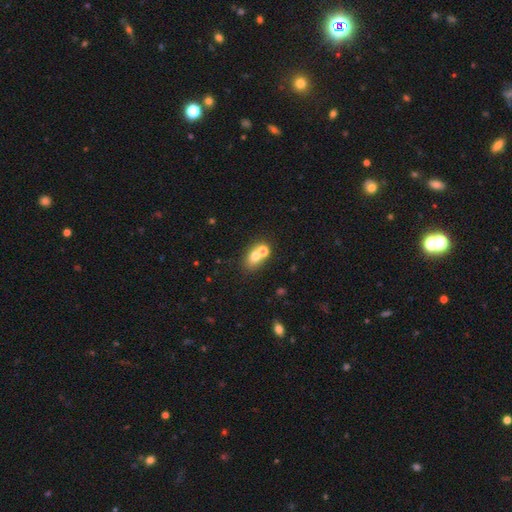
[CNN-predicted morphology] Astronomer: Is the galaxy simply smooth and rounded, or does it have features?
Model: smooth — 67%.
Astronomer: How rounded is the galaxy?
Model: in between — 55% (runner-up: round, 43%).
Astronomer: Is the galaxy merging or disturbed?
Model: merger — 47% (runner-up: none, 41%).